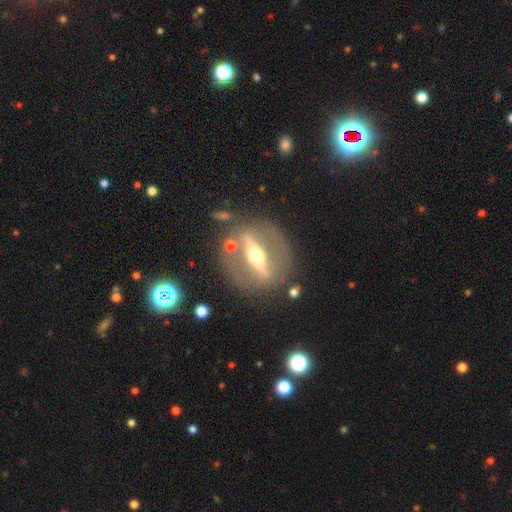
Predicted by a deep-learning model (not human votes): Overall: featured or disk (79%). Edge-on disk: no (52%; yes 48%). Merging: none (78%).